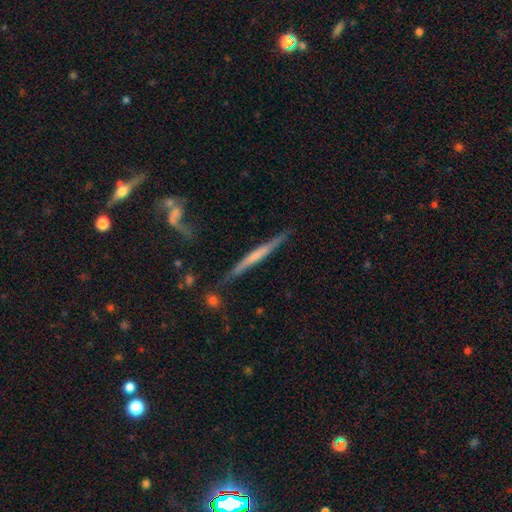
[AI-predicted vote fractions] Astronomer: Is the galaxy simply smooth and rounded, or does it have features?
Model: featured or disk — 57% (runner-up: smooth, 36%).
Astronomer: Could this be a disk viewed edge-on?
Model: yes — 93%.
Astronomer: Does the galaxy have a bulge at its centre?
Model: none — 67%.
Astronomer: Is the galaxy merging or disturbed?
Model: none — 73%.